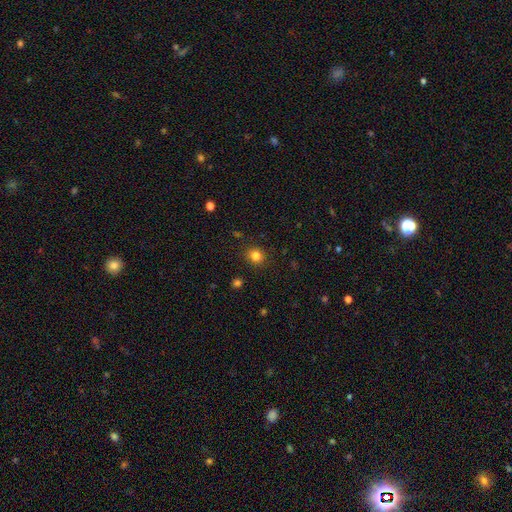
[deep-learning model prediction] Smooth or featured: smooth — 82% (star or artifact — 13%)
How rounded: round — 83% (in between — 16%)
Merging: none — 90% (minor disturbance — 7%)